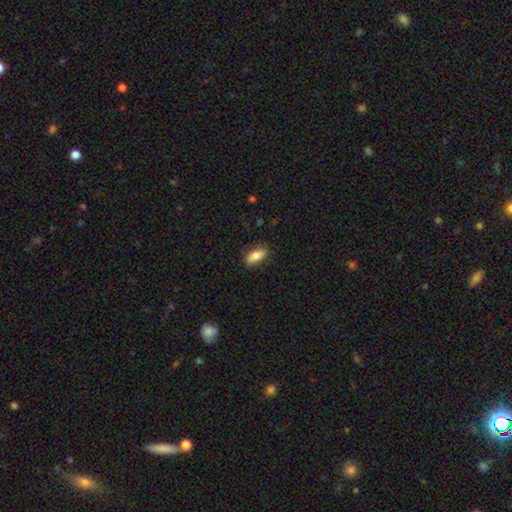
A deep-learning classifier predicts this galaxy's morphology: This is likely a smooth galaxy (80%). How rounded: clearly in between (88%). Merging: clearly none (83%).